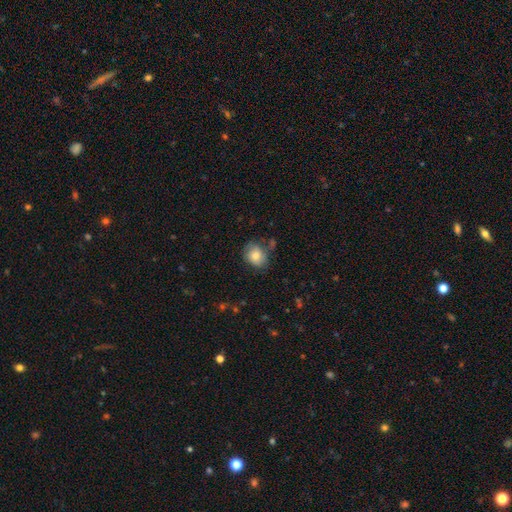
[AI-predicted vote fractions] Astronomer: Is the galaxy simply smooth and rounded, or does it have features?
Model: smooth — 75%.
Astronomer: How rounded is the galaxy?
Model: round — 53% (runner-up: in between, 46%).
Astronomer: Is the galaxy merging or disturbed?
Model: none — 62%.